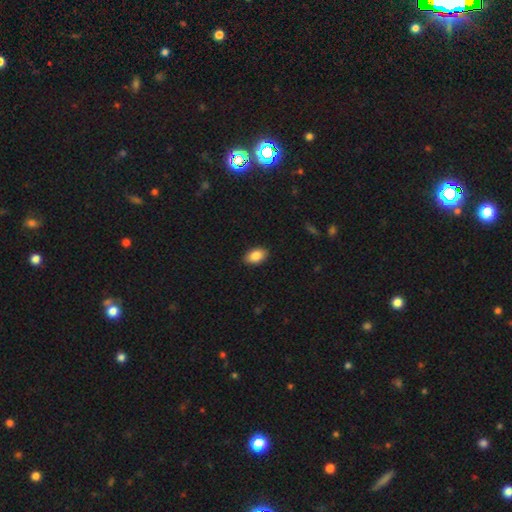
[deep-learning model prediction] Smooth or featured?
  - smooth: 86% *
  - star or artifact: 7%
  - featured or disk: 7%
How rounded?
  - in between: 92% *
  - round: 7%
  - cigar-shaped: 2%
Merging?
  - none: 89% *
  - minor disturbance: 9%
  - major disturbance: 2%
  - merger: 1%